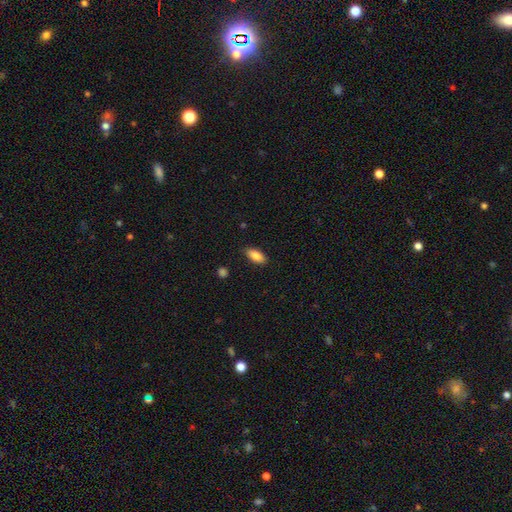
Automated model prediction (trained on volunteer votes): Overall: smooth (85%). How rounded: in between (88%). Merging: none (86%).